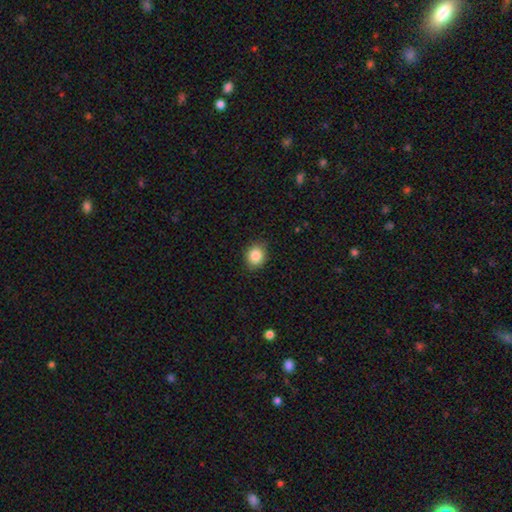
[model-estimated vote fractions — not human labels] smooth 85%, star or artifact 9%, featured or disk 5%. Down the decision tree: how rounded — round (71%); merging — none (88%).